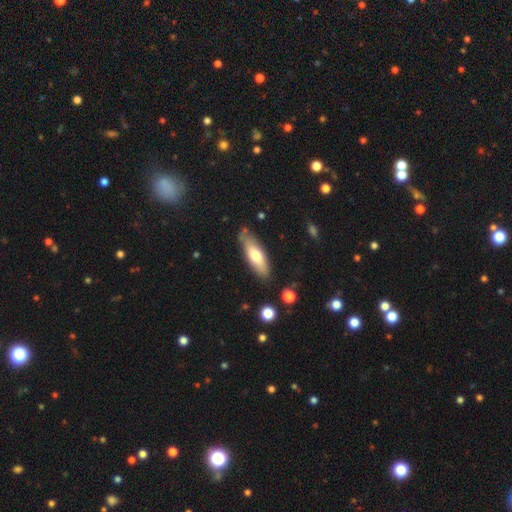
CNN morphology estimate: The model was most divided on "how rounded": in between: 51%, cigar-shaped: 47%, round: 2%. More confident: merging — none (79%); smooth or featured — smooth (64%).